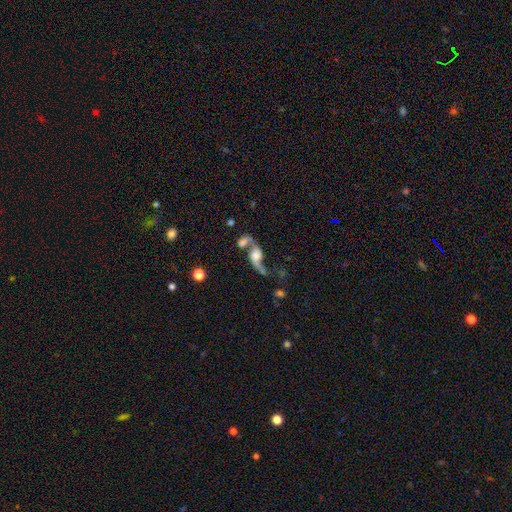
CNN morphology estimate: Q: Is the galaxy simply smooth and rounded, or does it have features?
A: featured or disk — 78%.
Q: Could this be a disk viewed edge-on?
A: no — 90%.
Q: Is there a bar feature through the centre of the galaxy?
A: no — 64%.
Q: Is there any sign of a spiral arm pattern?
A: yes — 90%.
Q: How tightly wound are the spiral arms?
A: loose — 88%.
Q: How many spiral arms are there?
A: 2 — 87%.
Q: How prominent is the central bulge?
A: large — 35%.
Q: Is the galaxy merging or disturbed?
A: merger — 46%.